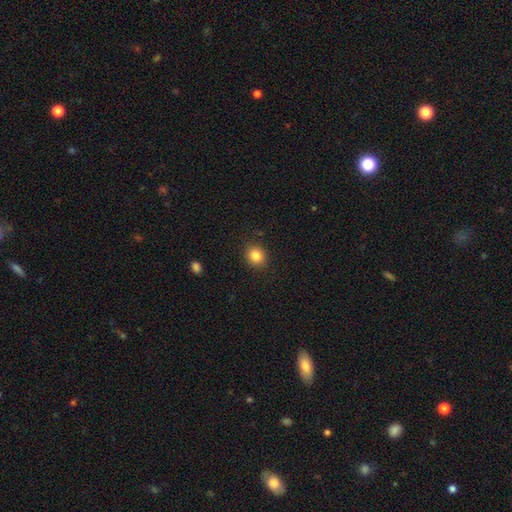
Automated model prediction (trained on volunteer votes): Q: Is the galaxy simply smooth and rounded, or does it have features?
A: smooth — 84%.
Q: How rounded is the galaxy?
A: round — 74%.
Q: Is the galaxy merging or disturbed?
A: none — 89%.